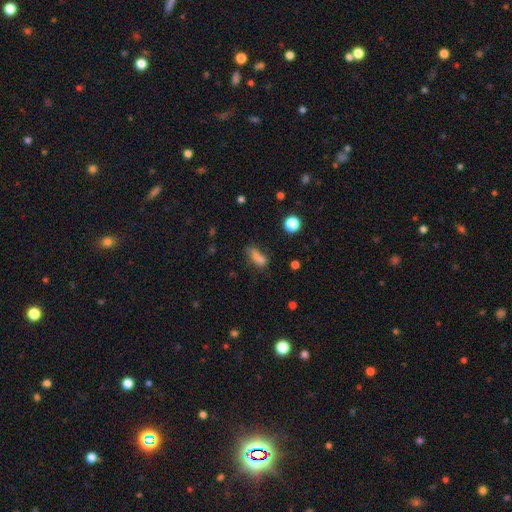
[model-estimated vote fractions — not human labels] A smooth galaxy with no disk features (70%) that is in between round and cigar-shaped (66%).

Vote fractions:
- Smooth or featured? smooth: 70% / featured or disk: 15% / star or artifact: 15%
- How rounded? in between: 66% / cigar-shaped: 25% / round: 9%
- Merging? none: 44% / minor disturbance: 23% / merger: 20% / major disturbance: 13%